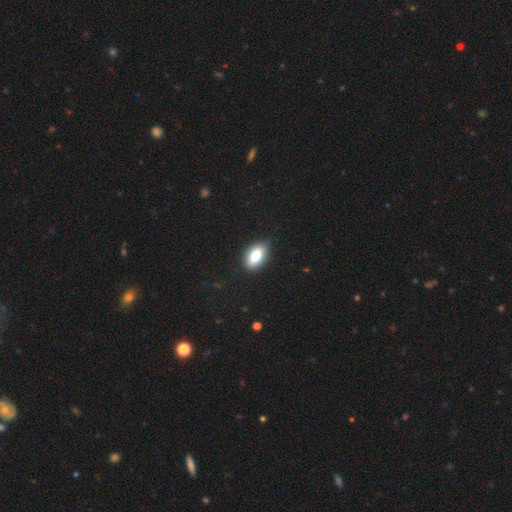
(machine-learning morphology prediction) Smooth or featured? smooth (81%)
How rounded? in between (91%)
Merging? none (84%)